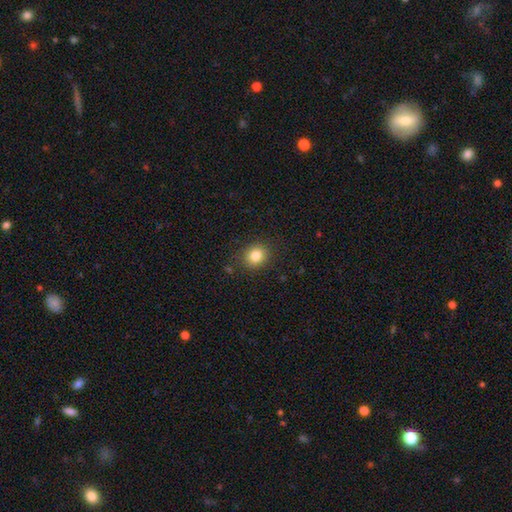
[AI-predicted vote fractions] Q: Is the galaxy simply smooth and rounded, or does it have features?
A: smooth — 82%.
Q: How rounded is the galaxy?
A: round — 75%.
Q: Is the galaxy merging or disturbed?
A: none — 87%.